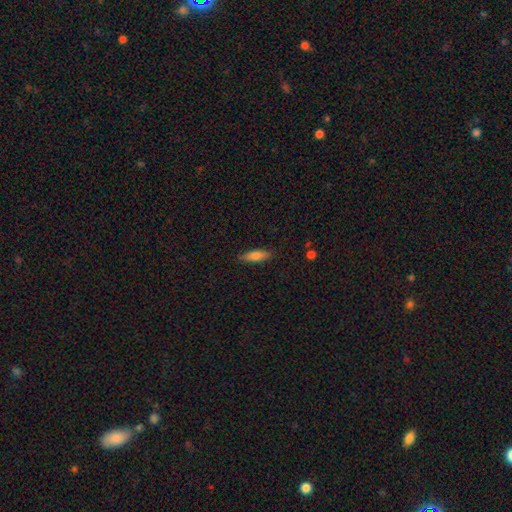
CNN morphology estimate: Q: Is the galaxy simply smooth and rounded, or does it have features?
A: smooth — 77%.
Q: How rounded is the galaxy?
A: cigar-shaped — 50%.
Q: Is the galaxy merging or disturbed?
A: none — 85%.